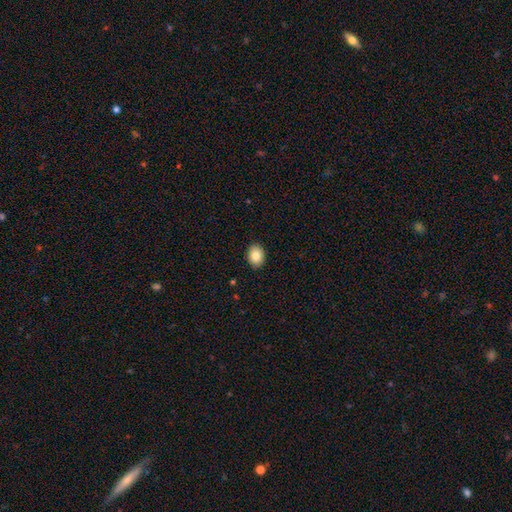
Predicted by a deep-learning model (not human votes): smooth-or-featured: smooth: 83% | featured or disk: 9% | star or artifact: 8%
  how-rounded: in between: 65% | round: 34% | cigar-shaped: 1%
  merging: none: 90% | minor disturbance: 7% | major disturbance: 2% | merger: 1%